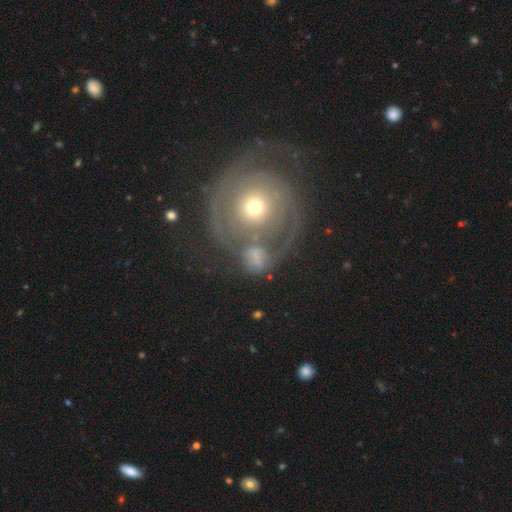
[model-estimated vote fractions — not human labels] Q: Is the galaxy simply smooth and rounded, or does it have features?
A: featured or disk — 48%.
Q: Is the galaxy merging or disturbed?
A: merger — 39%.